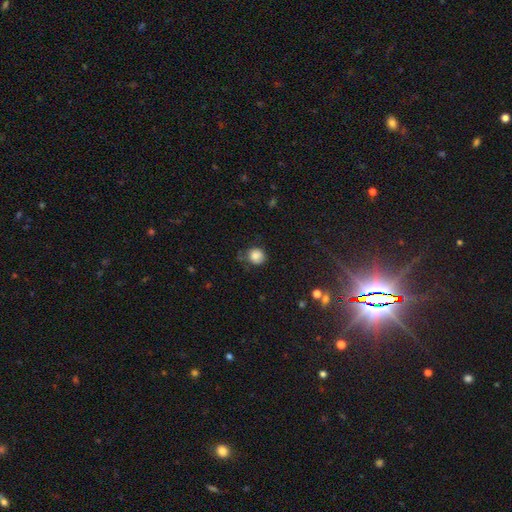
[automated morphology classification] type=smooth (82%); roundness=round (80%); merging=none (60%).